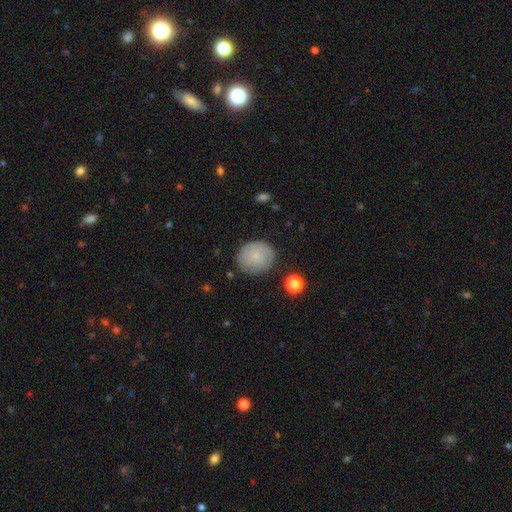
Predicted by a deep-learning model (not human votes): The model was most divided on "how rounded": round: 77%, in between: 22%, cigar-shaped: 1%. More confident: merging — none (82%); smooth or featured — smooth (77%).